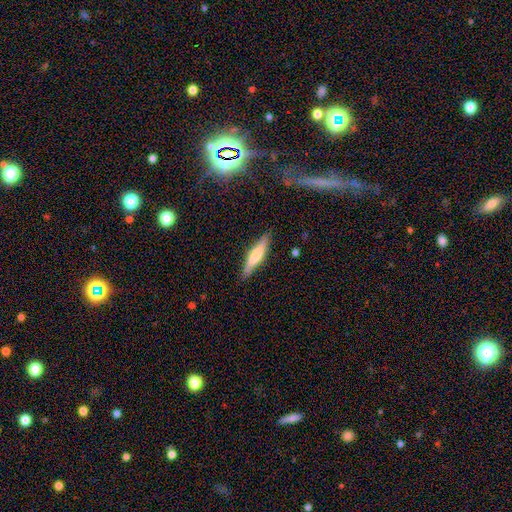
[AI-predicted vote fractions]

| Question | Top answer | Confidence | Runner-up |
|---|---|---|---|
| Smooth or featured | smooth | 56% | featured or disk (38%) |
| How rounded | cigar-shaped | 83% | in between (15%) |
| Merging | none | 86% | minor disturbance (11%) |